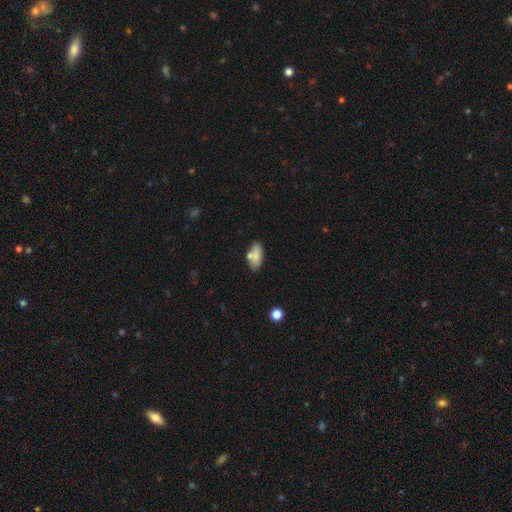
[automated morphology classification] Smooth or featured? smooth (77%)
How rounded? in between (86%)
Merging? none (67%)